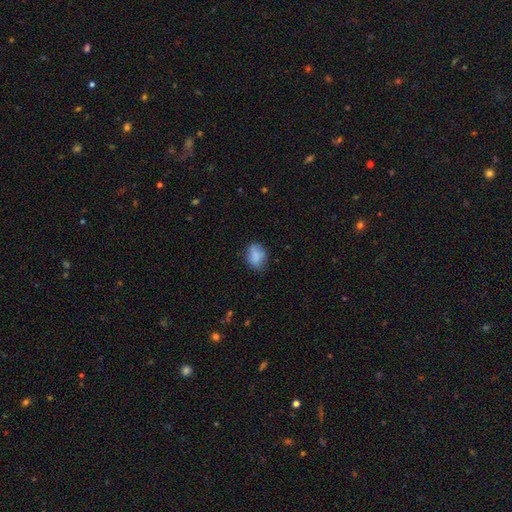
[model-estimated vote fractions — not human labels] smooth 83%, featured or disk 9%, star or artifact 8%. Down the decision tree: how rounded — in between (71%); merging — none (69%).